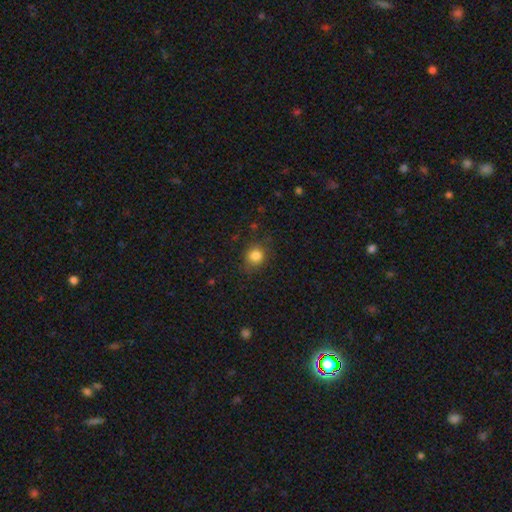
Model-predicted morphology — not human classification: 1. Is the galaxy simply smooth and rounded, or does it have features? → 83% smooth, 11% star or artifact, 6% featured or disk.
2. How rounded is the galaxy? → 70% round, 29% in between, 1% cigar-shaped.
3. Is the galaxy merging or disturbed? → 75% none, 18% minor disturbance, 5% major disturbance, 2% merger.